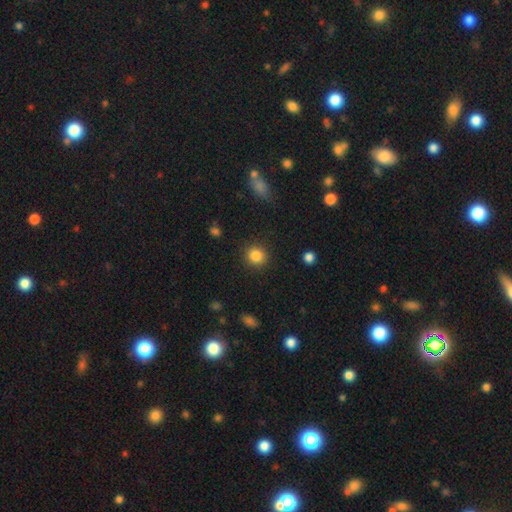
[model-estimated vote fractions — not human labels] A smooth galaxy with no disk features (85%) that is round (88%).

Vote fractions:
- Smooth or featured? smooth: 85% / star or artifact: 10% / featured or disk: 4%
- How rounded? round: 88% / in between: 11% / cigar-shaped: 1%
- Merging? none: 89% / minor disturbance: 7% / major disturbance: 3% / merger: 1%